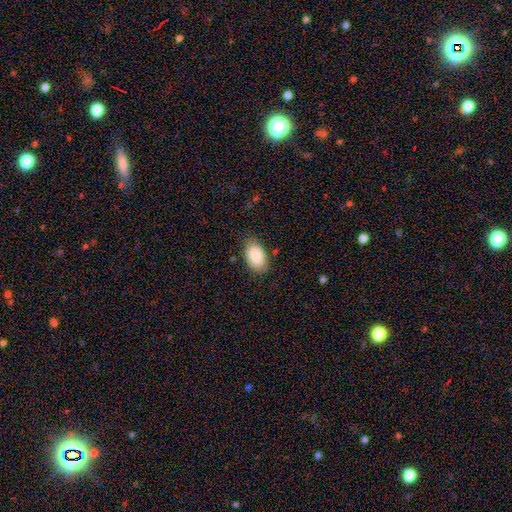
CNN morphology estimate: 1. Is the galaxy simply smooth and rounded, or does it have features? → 87% smooth, 7% featured or disk, 6% star or artifact.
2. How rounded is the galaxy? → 92% in between, 6% round, 1% cigar-shaped.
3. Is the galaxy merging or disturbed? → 77% none, 17% minor disturbance, 4% major disturbance, 1% merger.